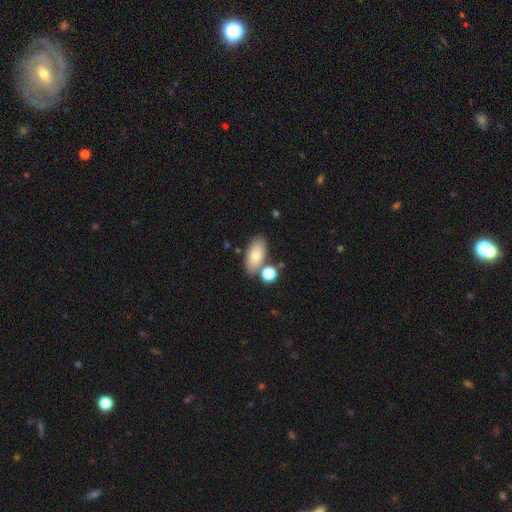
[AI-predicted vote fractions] This appears to be a smooth galaxy with no disk features (74%) that is in between round and cigar-shaped (89%). Merging: none (71%).